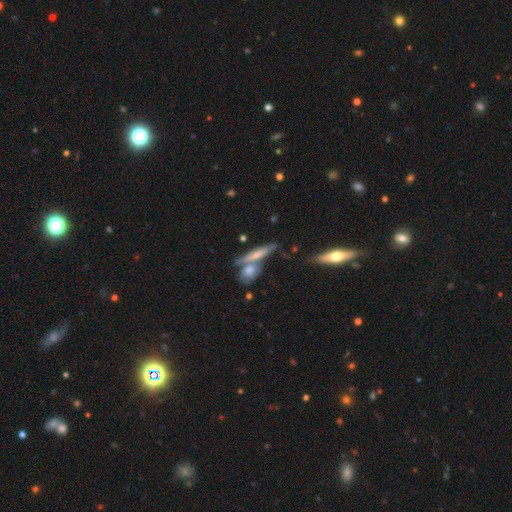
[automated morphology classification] The model was most divided on "smooth or featured": featured or disk: 47%, smooth: 41%, star or artifact: 12%. More confident: merging — none (56%).